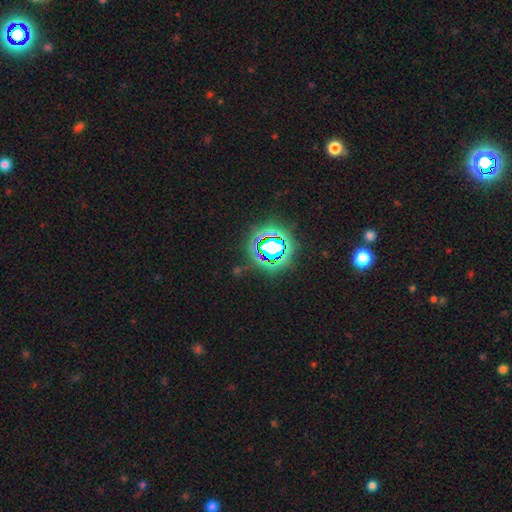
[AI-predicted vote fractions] Overall: star or artifact (79%).